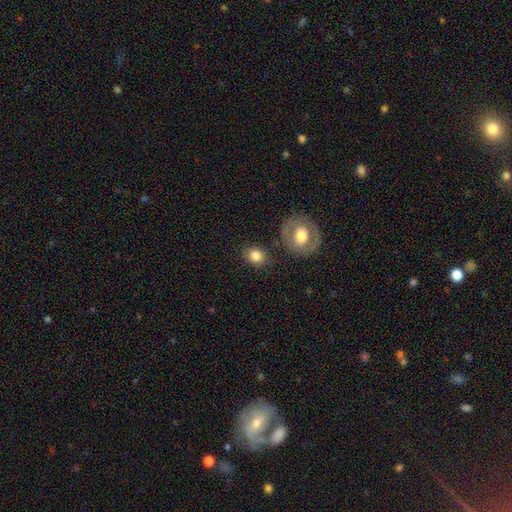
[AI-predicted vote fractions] Smooth or featured? Predicted: smooth (p=0.81). How rounded? Predicted: round (p=0.67). Merging? Predicted: none (p=0.79).